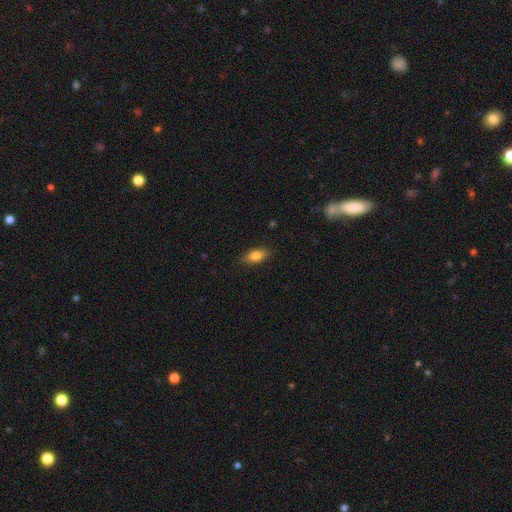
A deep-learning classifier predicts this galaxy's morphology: smooth 80%, featured or disk 12%, star or artifact 8%. Down the decision tree: how rounded — in between (85%); merging — none (85%).